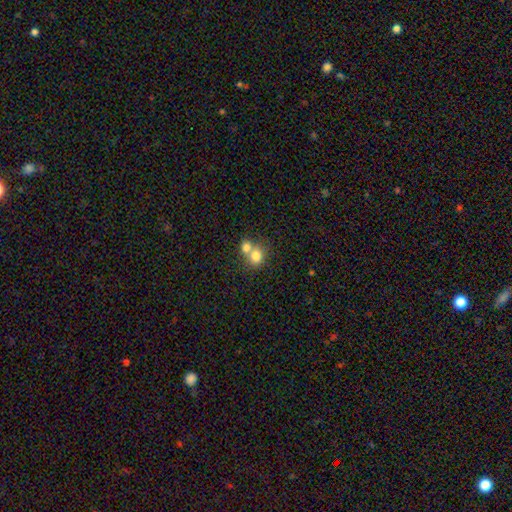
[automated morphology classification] A smooth galaxy with no disk features (78%) that is round (72%). Merging: merger (60%).